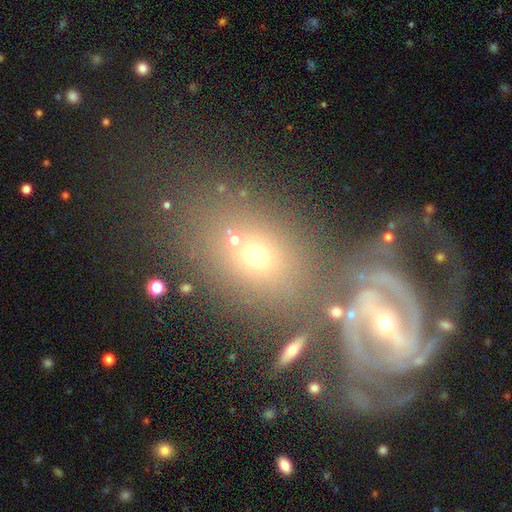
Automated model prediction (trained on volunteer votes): Q: Smooth or featured?
A: smooth (62%); runner-up: star or artifact (21%)
Q: How rounded?
A: in between (62%); runner-up: round (34%)
Q: Merging?
A: none (56%); runner-up: merger (22%)